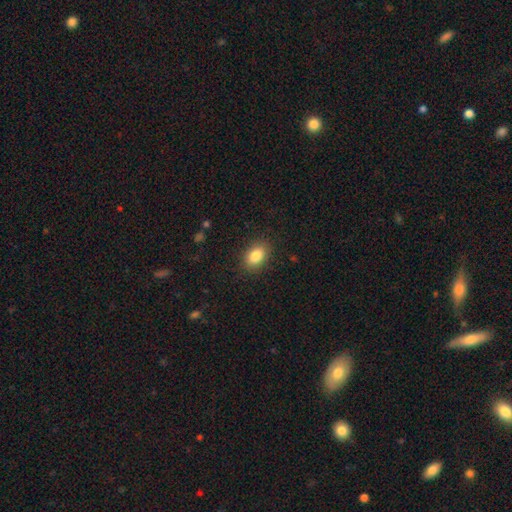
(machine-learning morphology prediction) This is clearly a smooth galaxy (86%). How rounded: clearly in between (84%). Merging: clearly none (88%).